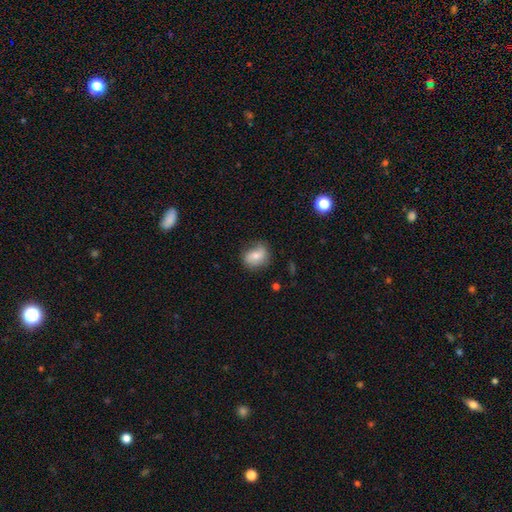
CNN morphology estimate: Smooth or featured: smooth — 68% (featured or disk — 24%)
How rounded: in between — 51% (round — 47%)
Merging: none — 64% (minor disturbance — 27%)